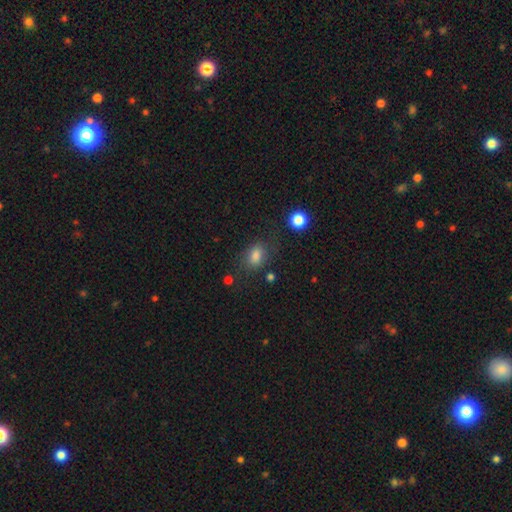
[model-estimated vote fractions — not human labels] Morphology: type=smooth (81%); roundness=in between (75%); merging=none (71%).